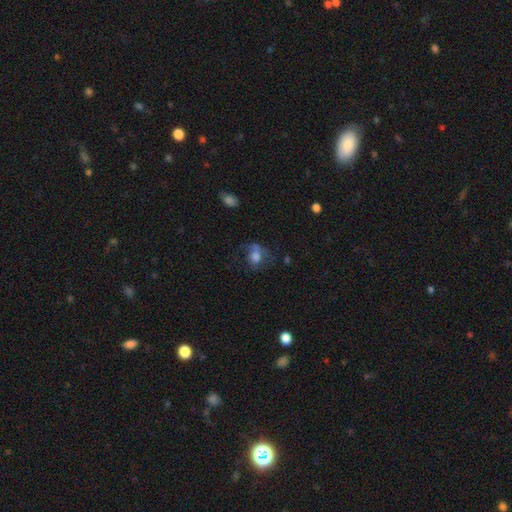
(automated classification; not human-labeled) This is possibly a smooth galaxy (58%). How rounded: possibly in between (50%). Merging: marginally none (36%).